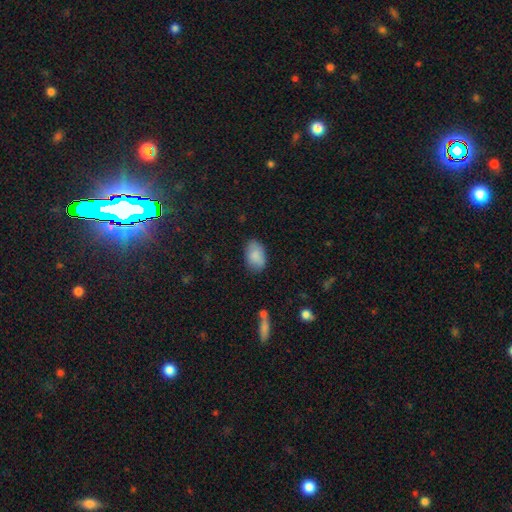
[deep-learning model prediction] Morphology: type=smooth (86%); roundness=in between (91%); merging=none (81%).